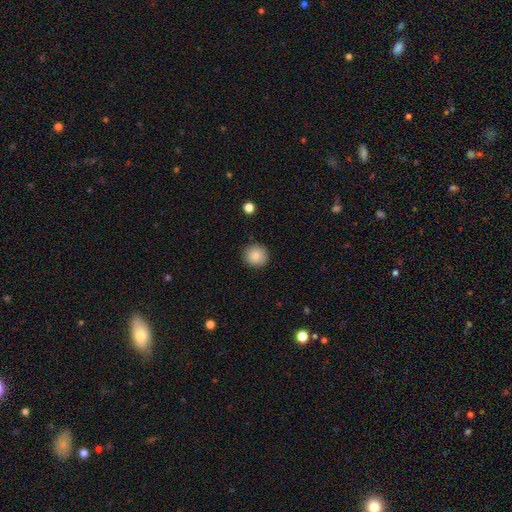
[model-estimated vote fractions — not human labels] A smooth galaxy with no disk features (85%) that is round (94%).

Vote fractions:
- Smooth or featured? smooth: 85% / star or artifact: 9% / featured or disk: 6%
- How rounded? round: 94% / in between: 5% / cigar-shaped: 1%
- Merging? none: 90% / minor disturbance: 7% / major disturbance: 2% / merger: 1%